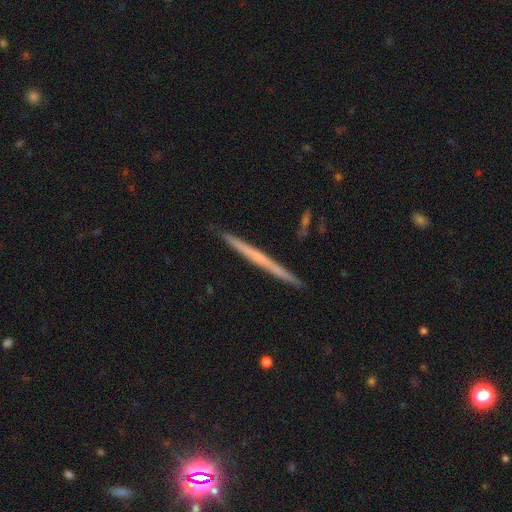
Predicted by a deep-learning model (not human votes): featured or disk 54%, smooth 41%, star or artifact 5%. Down the decision tree: edge-on disk — yes (98%); edge-on bulge — none (89%); merging — none (92%).